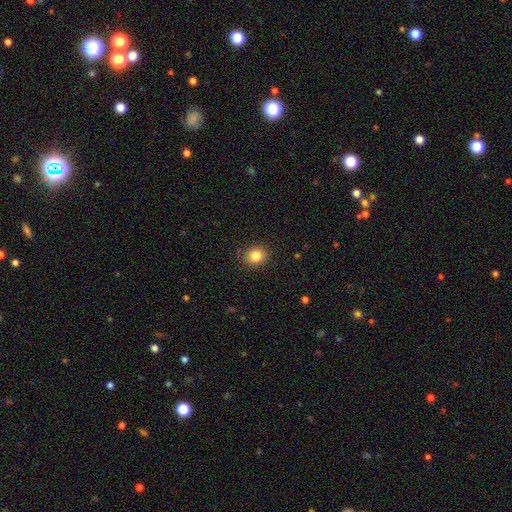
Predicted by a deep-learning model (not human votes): smooth_or_featured: smooth (p=0.84) [alt: star or artifact p=0.10]
how_rounded: round (p=0.67) [alt: in between p=0.32]
merging: none (p=0.88) [alt: minor disturbance p=0.09]